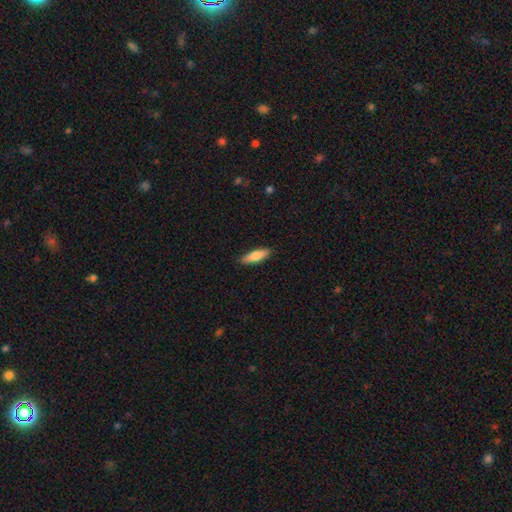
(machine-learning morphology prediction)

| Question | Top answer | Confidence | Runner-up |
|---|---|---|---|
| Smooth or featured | smooth | 79% | featured or disk (16%) |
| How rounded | cigar-shaped | 56% | in between (43%) |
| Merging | none | 89% | minor disturbance (9%) |